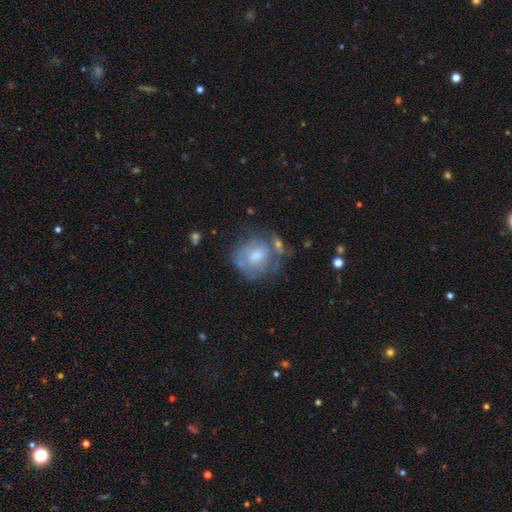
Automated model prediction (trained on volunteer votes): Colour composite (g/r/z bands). It shows a smooth galaxy with no disk features (49%). Merging: none (44%).